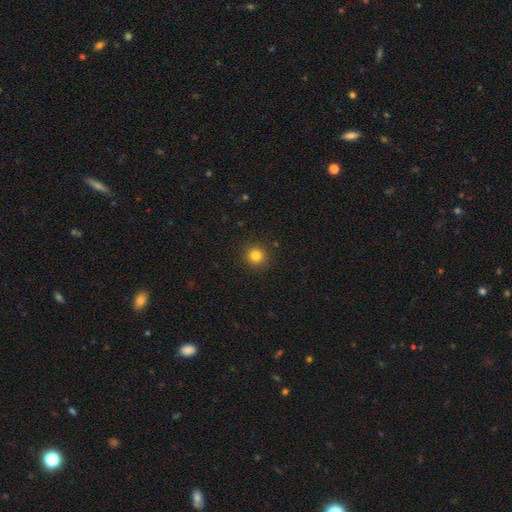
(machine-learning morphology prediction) Smooth or featured: smooth — 82% (star or artifact — 13%)
How rounded: round — 94% (in between — 5%)
Merging: none — 91% (minor disturbance — 6%)